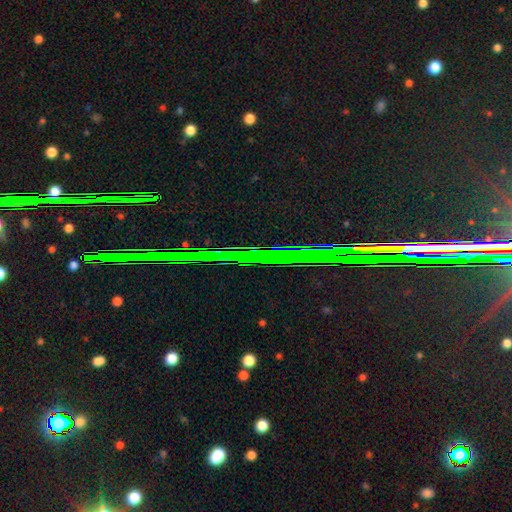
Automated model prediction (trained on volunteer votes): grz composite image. It shows a star or artifact, not a galaxy (81%).